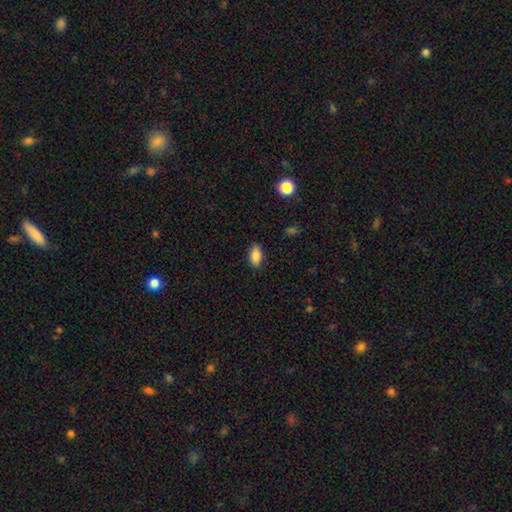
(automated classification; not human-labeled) Morphology: type=smooth (85%); roundness=in between (89%); merging=none (87%).